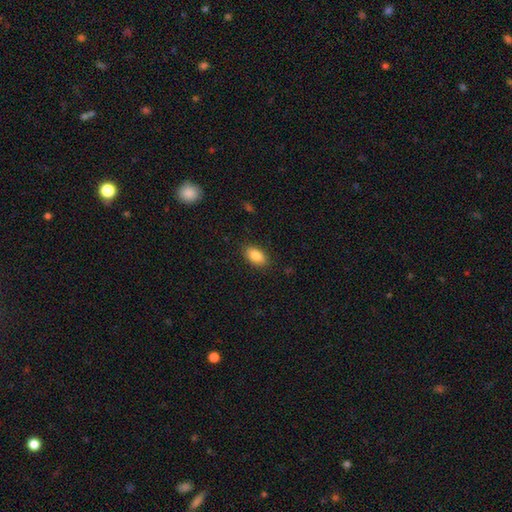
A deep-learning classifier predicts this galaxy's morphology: The model was most divided on "smooth or featured": smooth: 85%, featured or disk: 7%, star or artifact: 7%. More confident: how rounded — in between (91%); merging — none (87%).